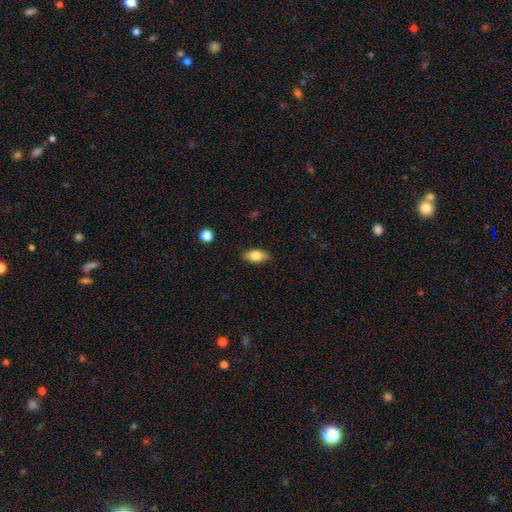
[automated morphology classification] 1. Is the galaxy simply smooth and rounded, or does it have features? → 78% smooth, 15% featured or disk, 8% star or artifact.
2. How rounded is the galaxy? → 88% in between, 7% cigar-shaped, 5% round.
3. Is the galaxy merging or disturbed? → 87% none, 10% minor disturbance, 2% major disturbance, 1% merger.